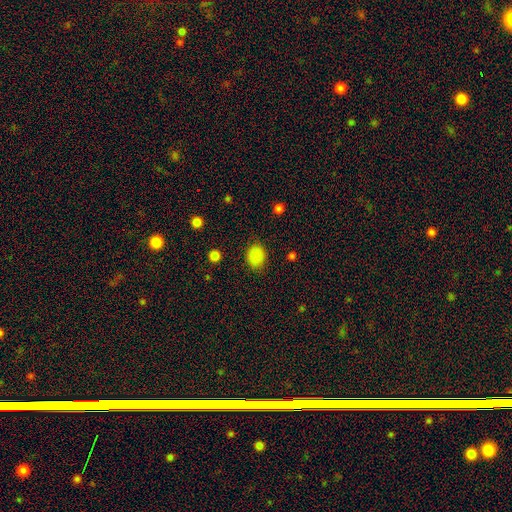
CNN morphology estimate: Smooth or featured: smooth — 86% (star or artifact — 11%)
How rounded: round — 56% (in between — 44%)
Merging: none — 83% (minor disturbance — 13%)